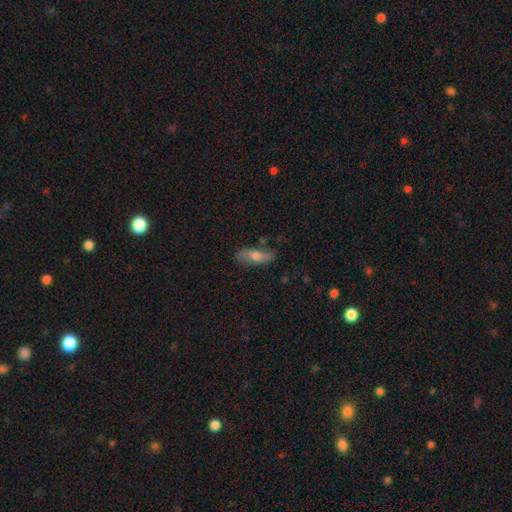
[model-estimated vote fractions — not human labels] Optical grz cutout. It shows a smooth galaxy with no disk features (50%) that is in between round and cigar-shaped (59%). Merging: none (76%).